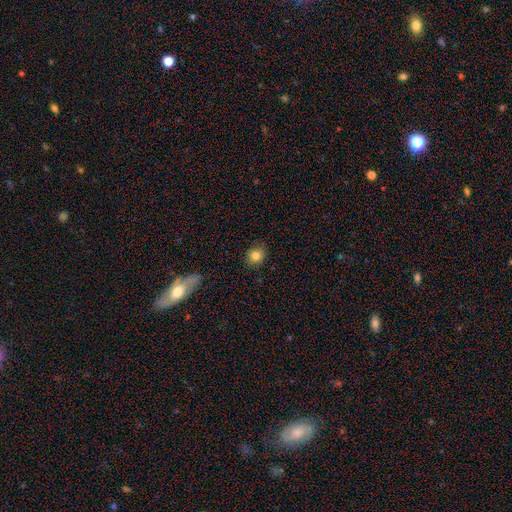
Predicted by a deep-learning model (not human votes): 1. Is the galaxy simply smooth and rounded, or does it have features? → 81% smooth, 11% star or artifact, 8% featured or disk.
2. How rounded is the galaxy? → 76% round, 23% in between, 1% cigar-shaped.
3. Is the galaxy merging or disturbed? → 88% none, 9% minor disturbance, 2% major disturbance, 1% merger.